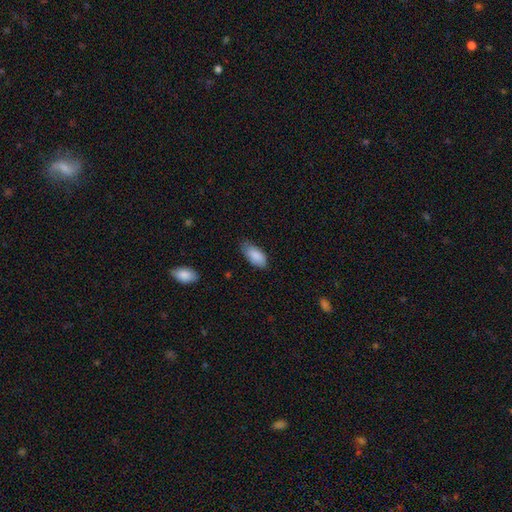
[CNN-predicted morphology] Smooth or featured? smooth (88%)
How rounded? in between (91%)
Merging? none (68%)